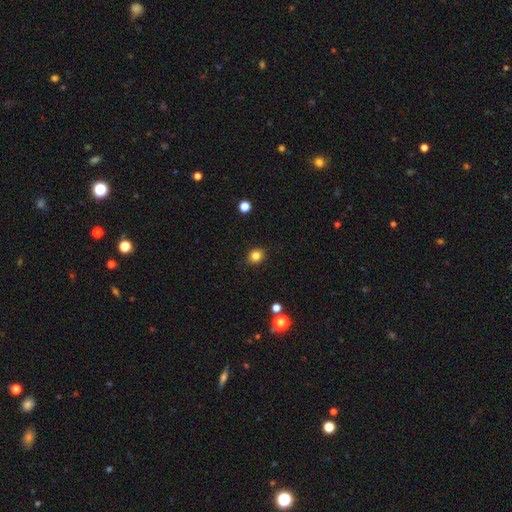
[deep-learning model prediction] A smooth galaxy with no disk features (83%) that is round (70%).

Vote fractions:
- Smooth or featured? smooth: 83% / star or artifact: 12% / featured or disk: 5%
- How rounded? round: 70% / in between: 29% / cigar-shaped: 1%
- Merging? none: 90% / minor disturbance: 7% / major disturbance: 2% / merger: 1%